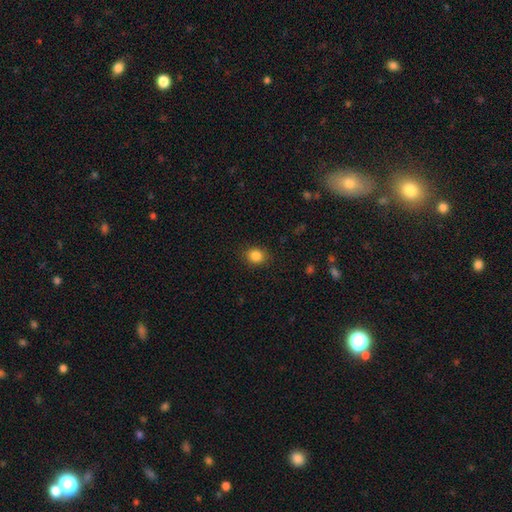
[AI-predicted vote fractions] Smooth or featured: smooth — 85% (star or artifact — 10%)
How rounded: round — 65% (in between — 34%)
Merging: none — 88% (minor disturbance — 9%)